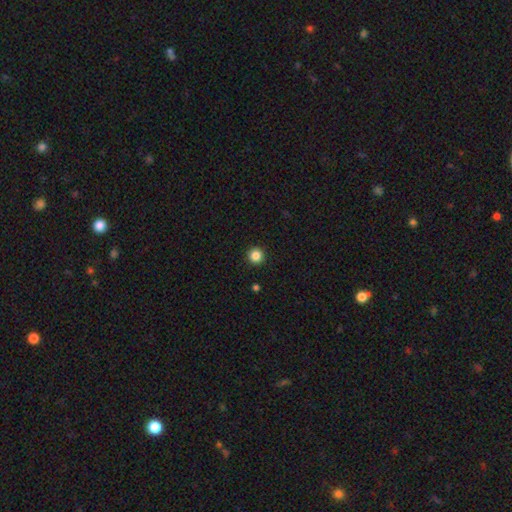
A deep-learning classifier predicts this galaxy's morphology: type=smooth (85%); roundness=round (97%); merging=none (94%).